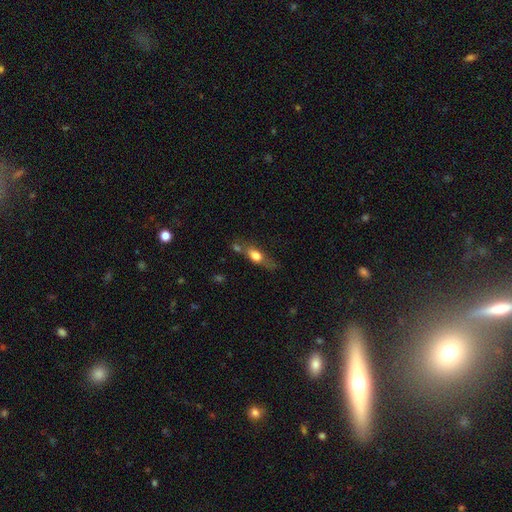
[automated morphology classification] A smooth galaxy with no disk features (66%) that is in between round and cigar-shaped (62%).

Vote fractions:
- Smooth or featured? smooth: 66% / featured or disk: 26% / star or artifact: 8%
- How rounded? in between: 62% / cigar-shaped: 29% / round: 9%
- Merging? none: 49% / minor disturbance: 21% / merger: 20% / major disturbance: 10%